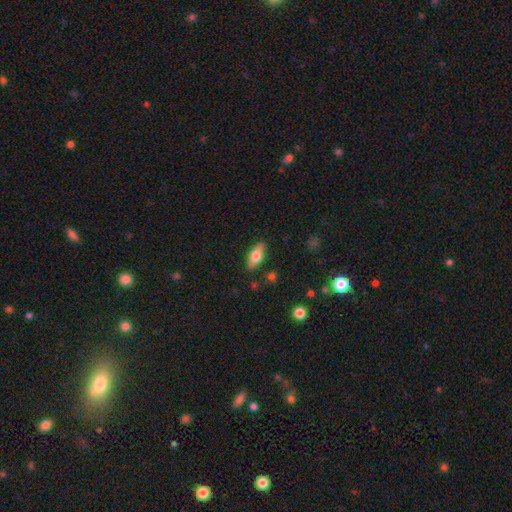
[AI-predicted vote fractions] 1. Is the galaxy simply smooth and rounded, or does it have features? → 69% smooth, 24% featured or disk, 7% star or artifact.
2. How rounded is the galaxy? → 80% in between, 17% cigar-shaped, 3% round.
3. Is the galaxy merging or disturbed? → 86% none, 11% minor disturbance, 2% major disturbance, 2% merger.